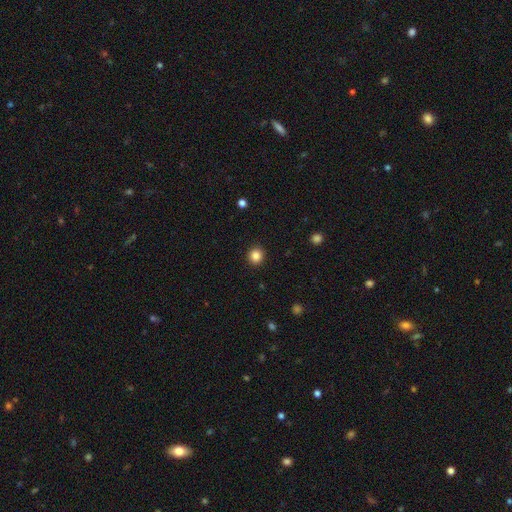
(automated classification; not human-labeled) A smooth galaxy with no disk features (86%) that is round (92%). Merging: none (92%).